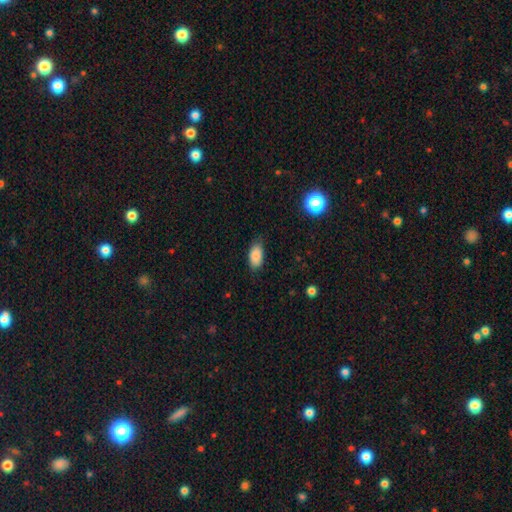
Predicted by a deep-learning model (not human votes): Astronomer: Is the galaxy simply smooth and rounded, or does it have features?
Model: smooth — 87%.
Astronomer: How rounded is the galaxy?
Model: in between — 92%.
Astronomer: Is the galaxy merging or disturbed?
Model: none — 79%.